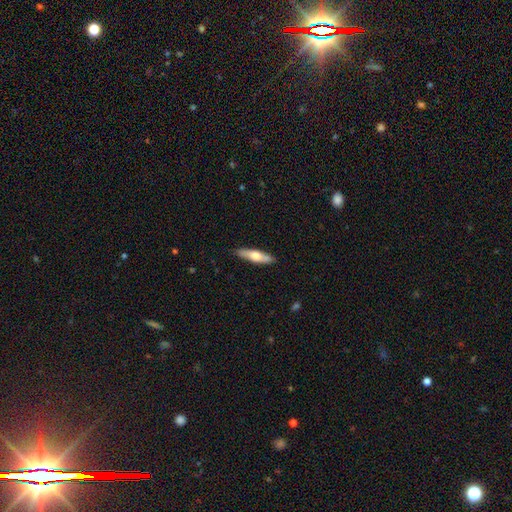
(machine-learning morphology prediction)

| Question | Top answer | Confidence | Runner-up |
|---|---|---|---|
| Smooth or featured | smooth | 54% | featured or disk (40%) |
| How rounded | cigar-shaped | 66% | in between (32%) |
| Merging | none | 86% | minor disturbance (11%) |